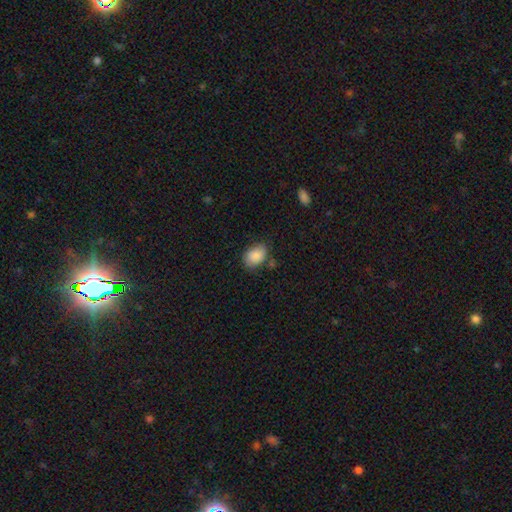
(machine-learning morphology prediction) smooth_or_featured: smooth (p=0.87) [alt: star or artifact p=0.07]
how_rounded: in between (p=0.77) [alt: round p=0.22]
merging: none (p=0.68) [alt: minor disturbance p=0.22]